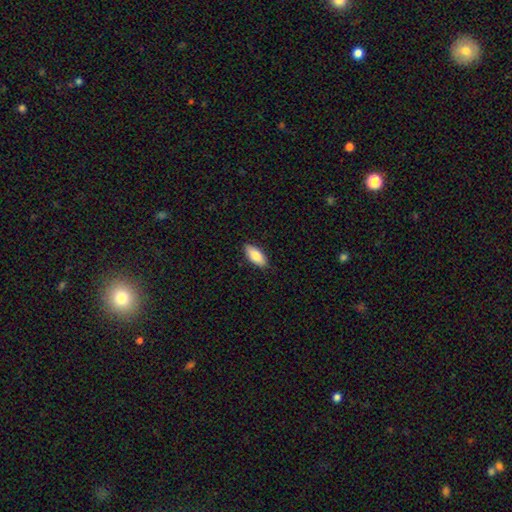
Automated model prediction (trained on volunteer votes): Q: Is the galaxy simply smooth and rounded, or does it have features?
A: smooth — 81%.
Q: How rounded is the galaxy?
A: in between — 85%.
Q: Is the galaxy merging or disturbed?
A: none — 88%.